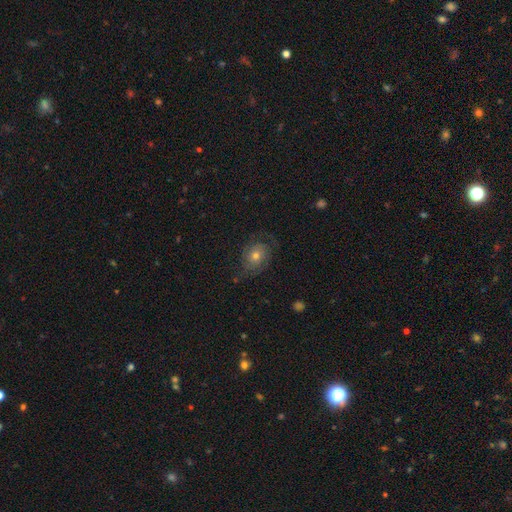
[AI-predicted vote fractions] Smooth or featured?
  - featured or disk: 57% *
  - smooth: 33%
  - star or artifact: 11%
Edge-on disk?
  - no: 96% *
  - yes: 4%
Bar?
  - no: 80% *
  - weak: 16%
  - strong: 3%
Spiral arms?
  - yes: 84% *
  - no: 16%
Bulge size?
  - moderate: 63% *
  - small: 28%
  - large: 6%
  - none: 2%
  - dominant: 1%
Merging?
  - none: 66% *
  - minor disturbance: 21%
  - major disturbance: 13%
  - merger: 1%